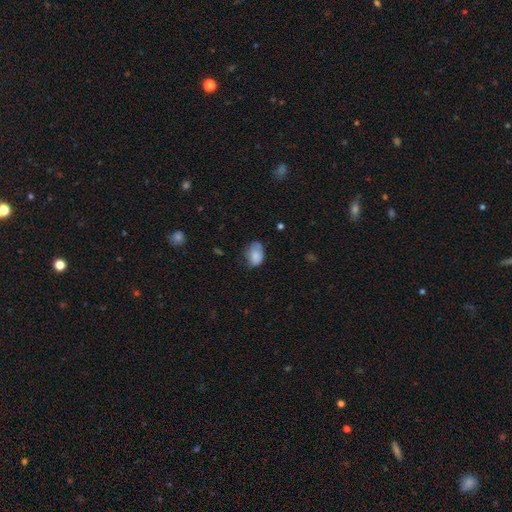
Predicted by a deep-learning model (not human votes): Smooth or featured: smooth — 82% (featured or disk — 10%)
How rounded: in between — 82% (round — 17%)
Merging: none — 48% (minor disturbance — 37%)